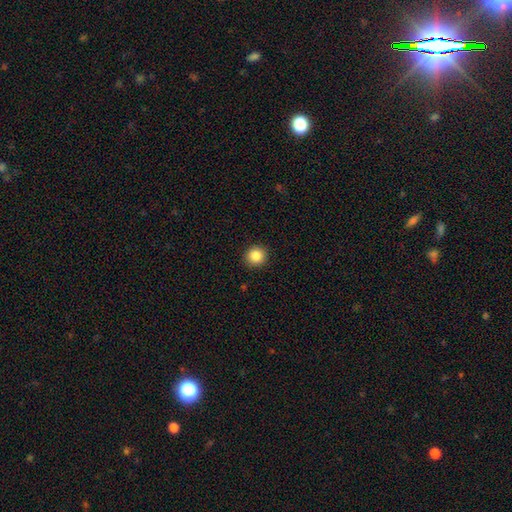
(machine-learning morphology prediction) smooth 86%, star or artifact 10%, featured or disk 4%. Down the decision tree: how rounded — round (92%); merging — none (92%).